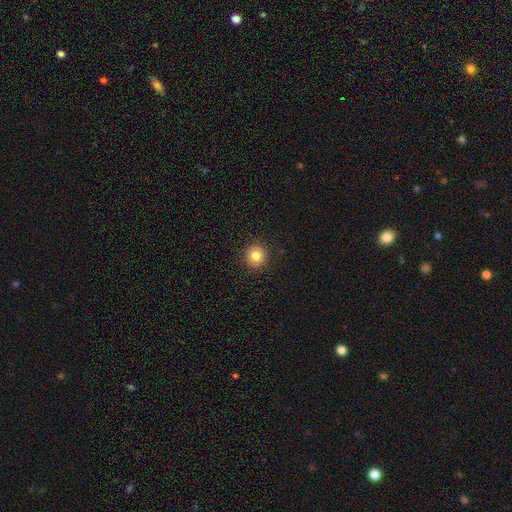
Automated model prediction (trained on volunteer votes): This is clearly a smooth galaxy (83%). How rounded: clearly round (92%). Merging: clearly none (92%).